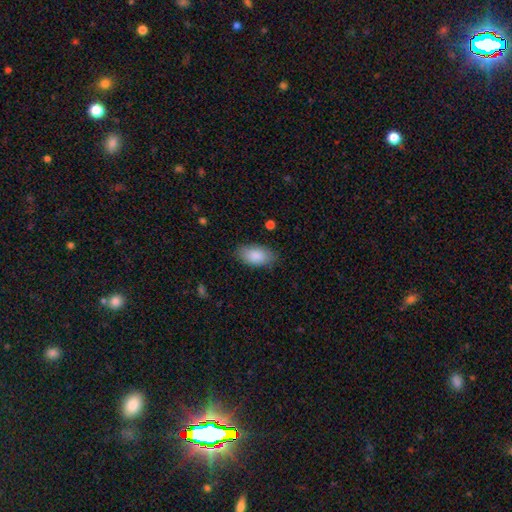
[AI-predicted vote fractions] smooth_or_featured: smooth (p=0.88) [alt: star or artifact p=0.06]
how_rounded: in between (p=0.94) [alt: cigar-shaped p=0.03]
merging: none (p=0.82) [alt: minor disturbance p=0.13]